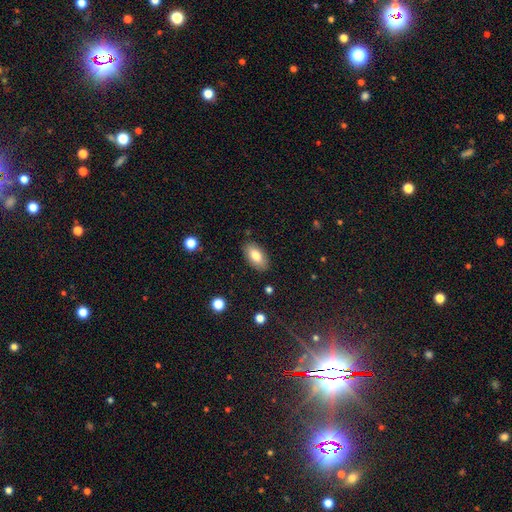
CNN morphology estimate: A smooth galaxy with no disk features (79%) that is in between round and cigar-shaped (92%).

Vote fractions:
- Smooth or featured? smooth: 79% / featured or disk: 14% / star or artifact: 7%
- How rounded? in between: 92% / round: 4% / cigar-shaped: 4%
- Merging? none: 86% / minor disturbance: 10% / major disturbance: 2% / merger: 1%